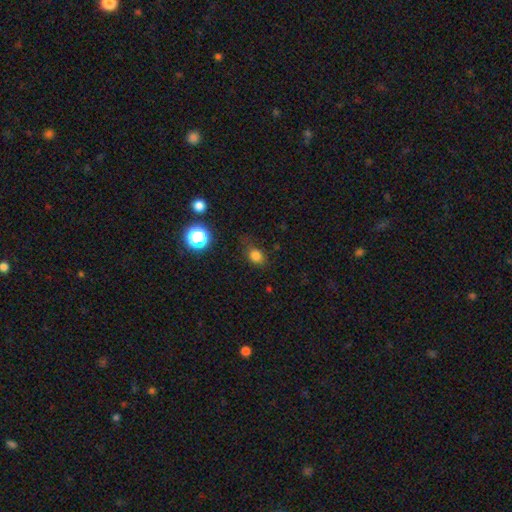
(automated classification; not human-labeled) Overall: smooth (78%). How rounded: in between (51%; round 47%). Merging: none (69%).